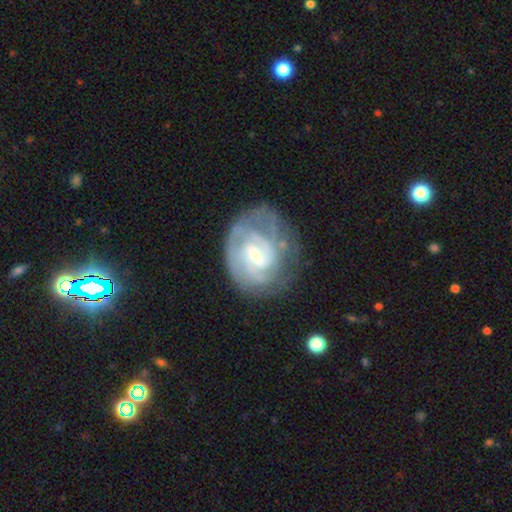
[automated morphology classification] A featured or disk galaxy (85%) with a weak bar (58%), 2 (36%) tight (59%) spiral arms (93%) and a small central bulge (60%).

Vote fractions:
- Smooth or featured? featured or disk: 85% / smooth: 10% / star or artifact: 5%
- Edge-on disk? no: 98% / yes: 2%
- Bar? weak: 58% / no: 21% / strong: 21%
- Spiral arms? yes: 93% / no: 7%
- Spiral winding? tight: 59% / medium: 33% / loose: 8%
- Spiral arm count? 2: 36% / can't tell: 32% / 3: 17% / 4: 6% / 1: 5% / more than 4: 4%
- Bulge size? small: 60% / moderate: 34% / none: 2% / large: 2% / dominant: 1%
- Merging? none: 59% / minor disturbance: 23% / major disturbance: 15% / merger: 3%